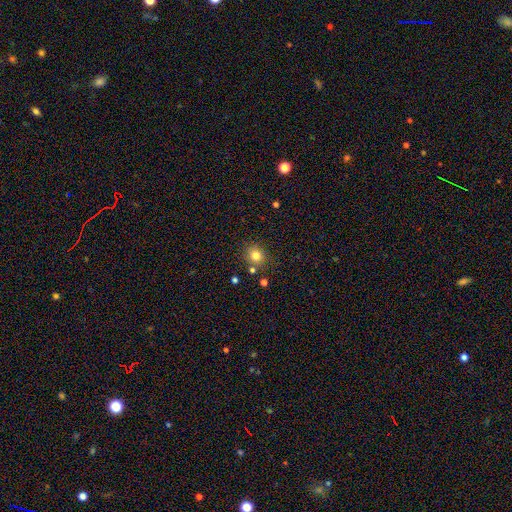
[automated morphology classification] Smooth or featured? Predicted: smooth (p=0.80). How rounded? Predicted: round (p=0.80). Merging? Predicted: none (p=0.79).